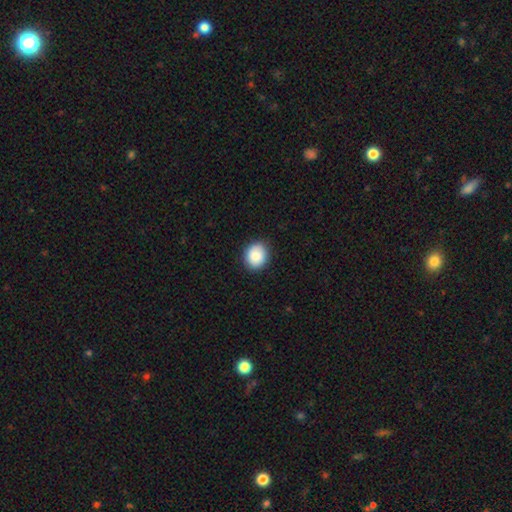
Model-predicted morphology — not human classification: A smooth galaxy with no disk features (87%) that is round (67%). Merging: none (88%).